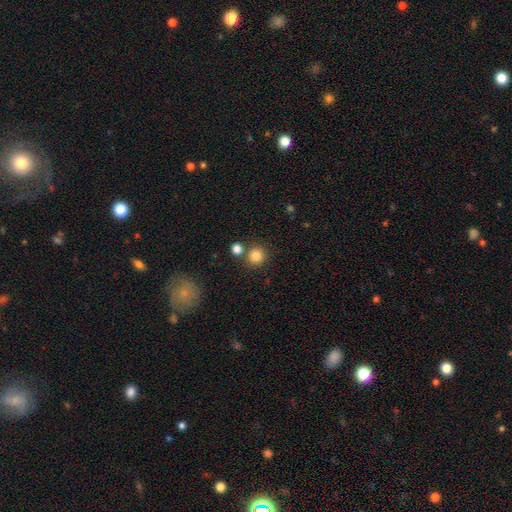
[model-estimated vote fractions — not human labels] Q: Smooth or featured?
A: smooth (83%); runner-up: star or artifact (11%)
Q: How rounded?
A: round (91%); runner-up: in between (8%)
Q: Merging?
A: none (74%); runner-up: merger (15%)